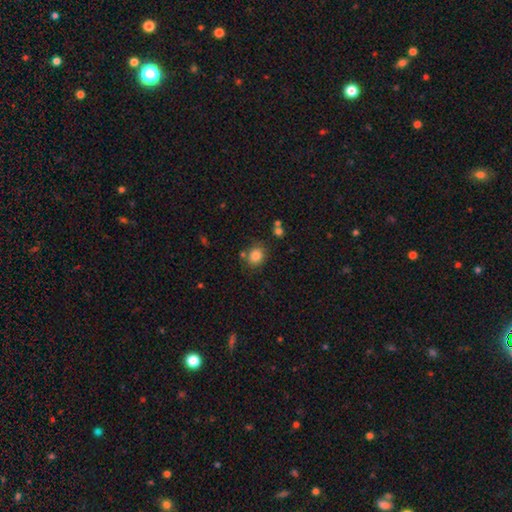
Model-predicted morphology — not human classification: A smooth galaxy with no disk features (84%) that is round (68%).

Vote fractions:
- Smooth or featured? smooth: 84% / star or artifact: 11% / featured or disk: 6%
- How rounded? round: 68% / in between: 31% / cigar-shaped: 1%
- Merging? none: 75% / minor disturbance: 13% / merger: 8% / major disturbance: 4%